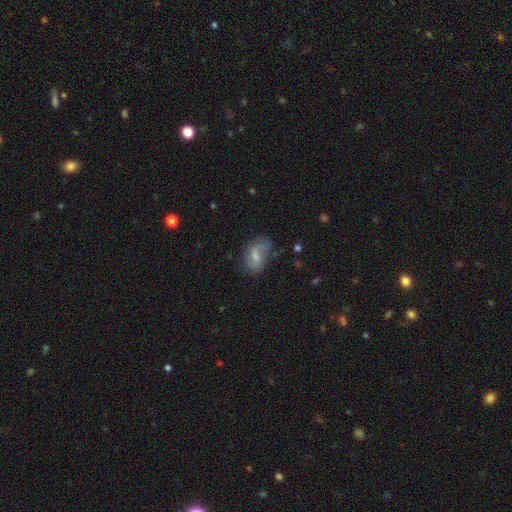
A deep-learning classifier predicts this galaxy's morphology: smooth_or_featured: featured or disk (p=0.55) [alt: smooth p=0.37]
disk_edge_on: no (p=0.96) [alt: yes p=0.04]
bar: weak (p=0.53) [alt: no p=0.34]
has_spiral_arms: yes (p=0.80) [alt: no p=0.20]
bulge_size: small (p=0.40) [alt: moderate p=0.39]
merging: none (p=0.51) [alt: minor disturbance p=0.28]